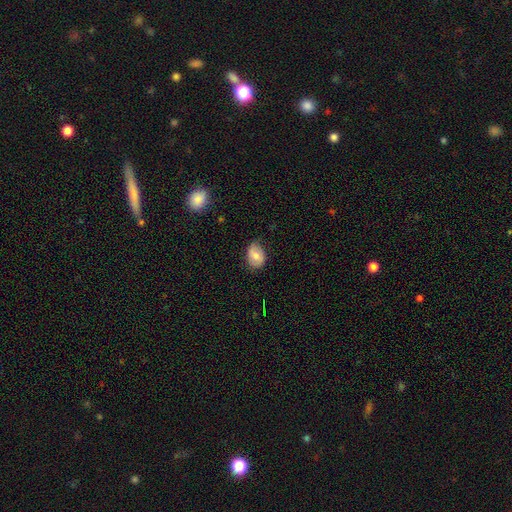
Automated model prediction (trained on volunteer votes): Smooth or featured: smooth — 69% (featured or disk — 23%)
How rounded: in between — 73% (round — 26%)
Merging: none — 68% (minor disturbance — 26%)